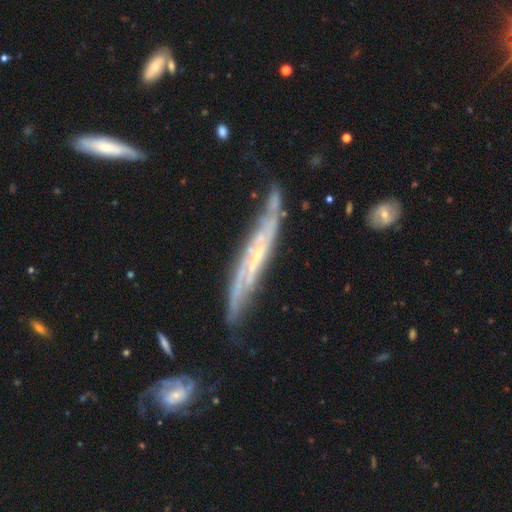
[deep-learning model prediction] Smooth or featured? Predicted: featured or disk (p=0.78). Edge-on disk? Predicted: yes (p=0.65). Edge-on bulge? Predicted: none (p=0.69). Merging? Predicted: none (p=0.63).